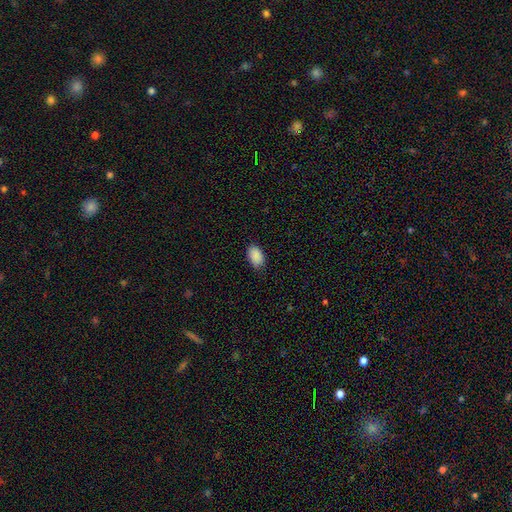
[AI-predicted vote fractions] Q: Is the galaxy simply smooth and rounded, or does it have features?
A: smooth — 90%.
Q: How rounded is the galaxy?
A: in between — 91%.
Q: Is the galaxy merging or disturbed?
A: none — 79%.